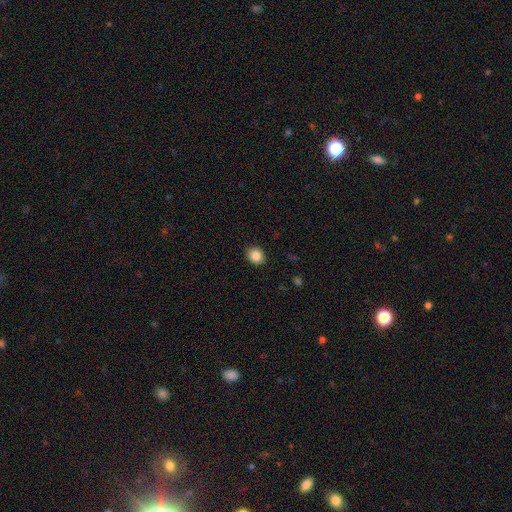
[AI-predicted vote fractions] Overall: smooth (86%). How rounded: round (62%; in between 37%). Merging: none (89%).